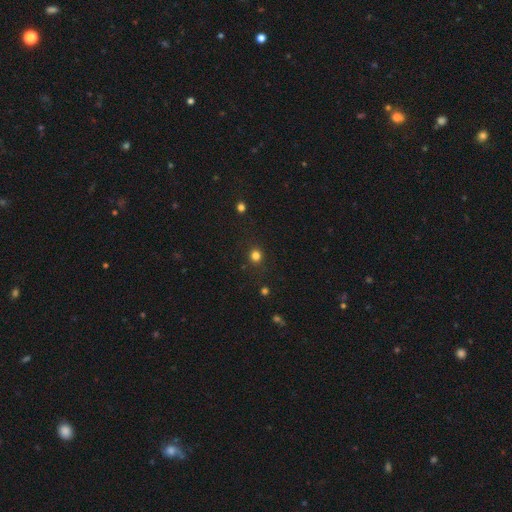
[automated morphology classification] This appears to be a smooth galaxy with no disk features (80%) that is round (90%). Merging: none (88%).